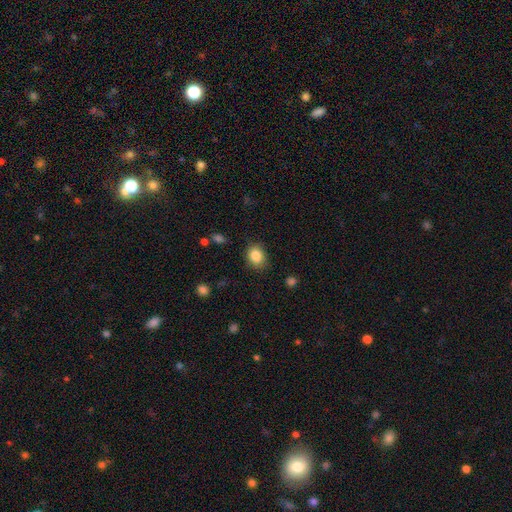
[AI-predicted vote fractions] The model was most divided on "how rounded": in between: 50%, round: 49%, cigar-shaped: 1%. More confident: smooth or featured — smooth (86%); merging — none (82%).